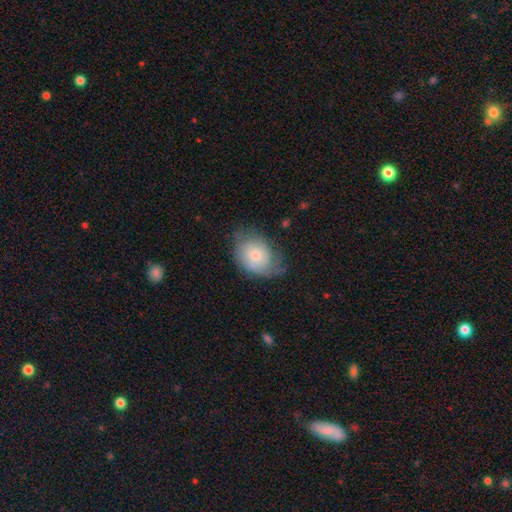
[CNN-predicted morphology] smooth 56%, featured or disk 37%, star or artifact 7%. Down the decision tree: how rounded — in between (67%); merging — none (49%).